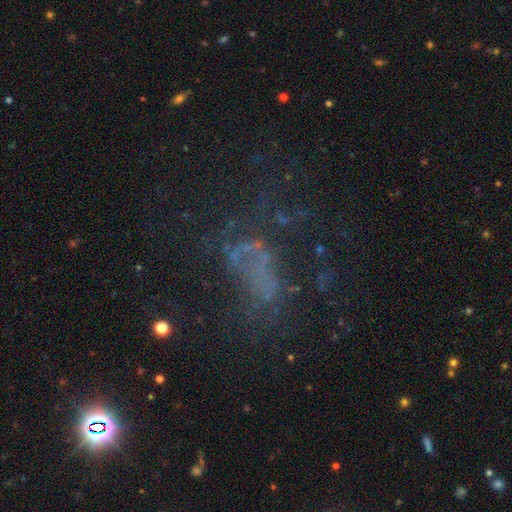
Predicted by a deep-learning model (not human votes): Morphology: type=featured or disk (41%); merging=none (42%).